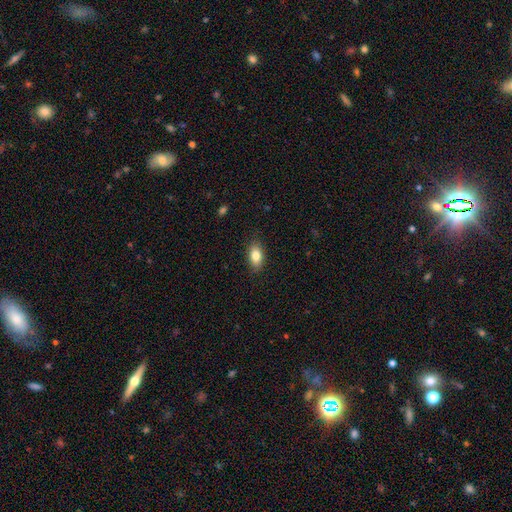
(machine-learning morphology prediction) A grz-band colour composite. It shows a smooth galaxy with no disk features (83%) that is in between round and cigar-shaped (89%). Merging: none (86%).